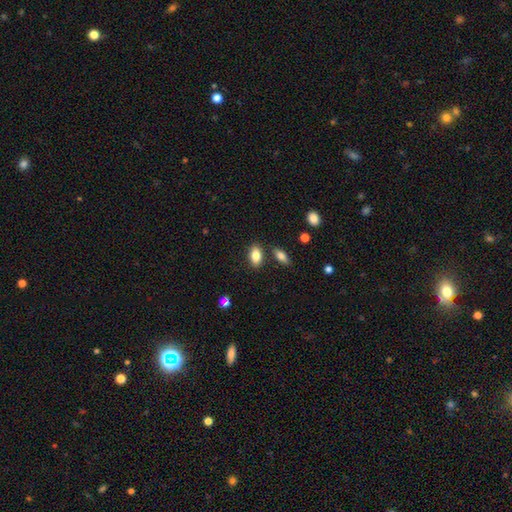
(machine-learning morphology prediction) A smooth galaxy with no disk features (84%) that is in between round and cigar-shaped (90%). Merging: none (80%).